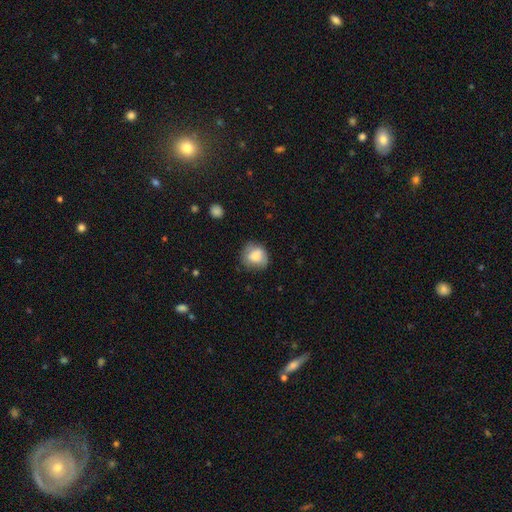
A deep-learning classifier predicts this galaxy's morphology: This is likely a smooth galaxy (76%). How rounded: likely round (74%). Merging: likely none (68%).